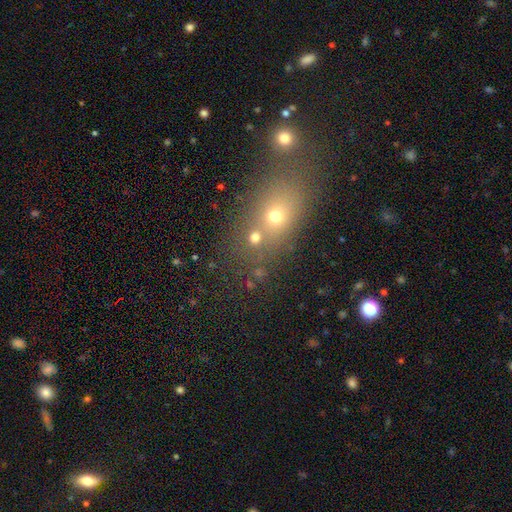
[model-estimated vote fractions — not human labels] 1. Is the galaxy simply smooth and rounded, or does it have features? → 50% smooth, 34% star or artifact, 16% featured or disk.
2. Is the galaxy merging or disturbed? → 61% none, 23% merger, 11% minor disturbance, 5% major disturbance.